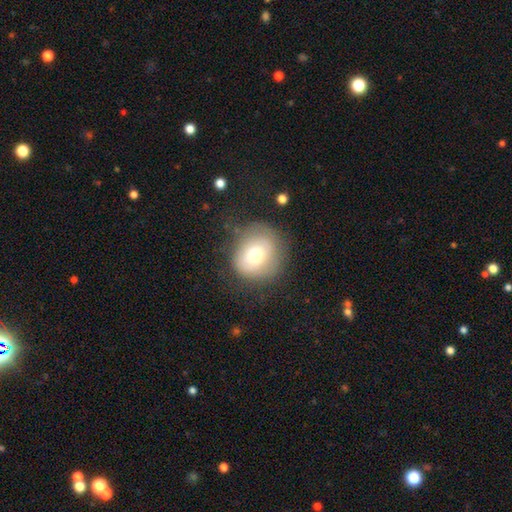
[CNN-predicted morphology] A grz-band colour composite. It shows a smooth galaxy with no disk features (66%) that is round (78%). Merging: none (65%).